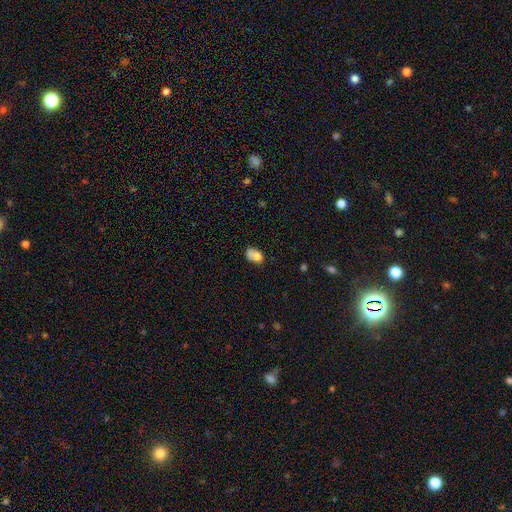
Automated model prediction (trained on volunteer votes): This is likely a smooth galaxy (74%). How rounded: likely in between (78%). Merging: marginally none (38%).